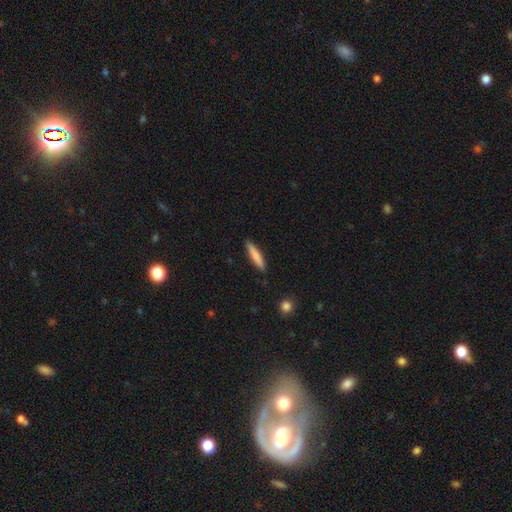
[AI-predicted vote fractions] smooth_or_featured: smooth (p=0.80) [alt: featured or disk p=0.14]
how_rounded: cigar-shaped (p=0.90) [alt: in between p=0.09]
merging: none (p=0.89) [alt: minor disturbance p=0.08]